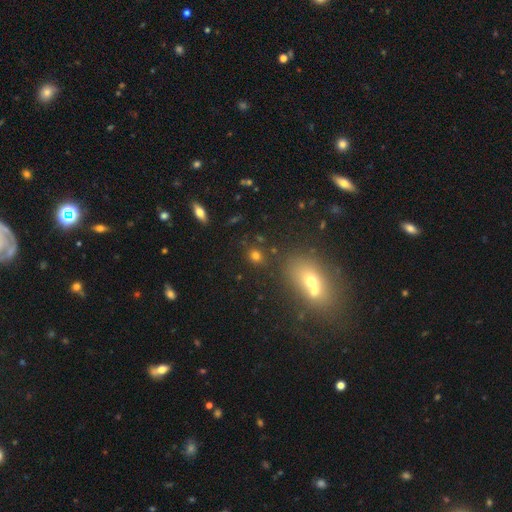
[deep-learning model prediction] Morphology: type=smooth (73%); roundness=round (66%); merging=none (72%).